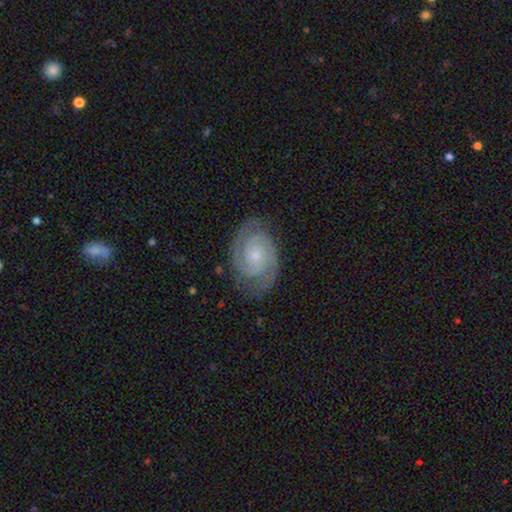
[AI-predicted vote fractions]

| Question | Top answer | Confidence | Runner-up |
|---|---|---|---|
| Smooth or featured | featured or disk | 90% | smooth (5%) |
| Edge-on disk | no | 98% | yes (2%) |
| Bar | no | 70% | weak (24%) |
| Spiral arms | yes | 98% | no (2%) |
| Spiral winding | tight | 69% | medium (28%) |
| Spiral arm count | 2 | 84% | 3 (6%) |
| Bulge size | small | 74% | moderate (20%) |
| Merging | none | 81% | minor disturbance (14%) |